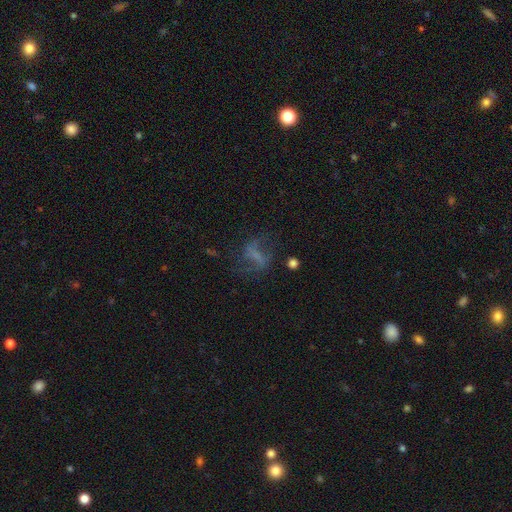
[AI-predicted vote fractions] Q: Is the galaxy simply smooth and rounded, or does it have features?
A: featured or disk — 45%.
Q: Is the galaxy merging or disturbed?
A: none — 48%.